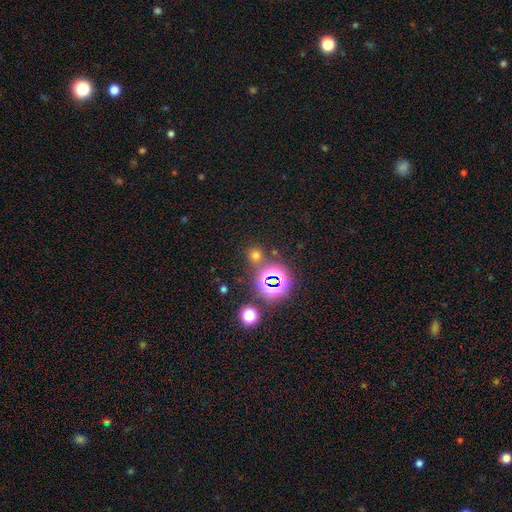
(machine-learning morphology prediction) This appears to be a smooth galaxy with no disk features (57%) that is round (90%). Merging: none (77%).